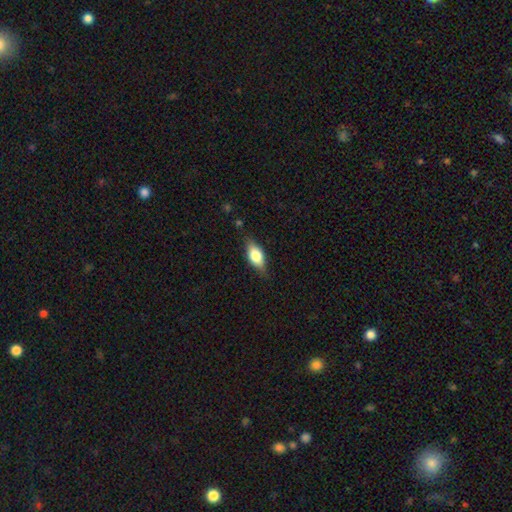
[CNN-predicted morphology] smooth 64%, featured or disk 29%, star or artifact 7%. Down the decision tree: how rounded — in between (82%); merging — none (79%).